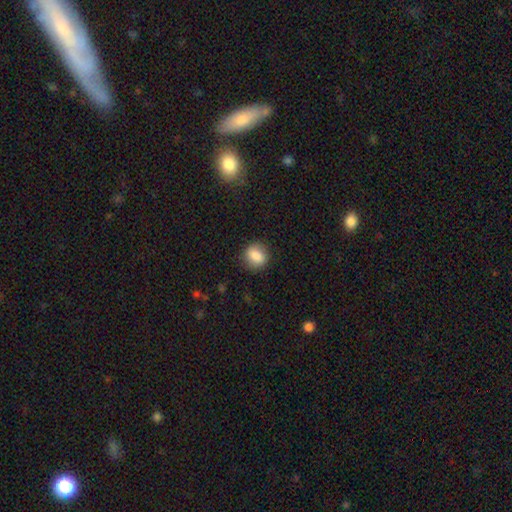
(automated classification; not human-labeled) Morphology: type=smooth (83%); roundness=round (68%); merging=none (85%).